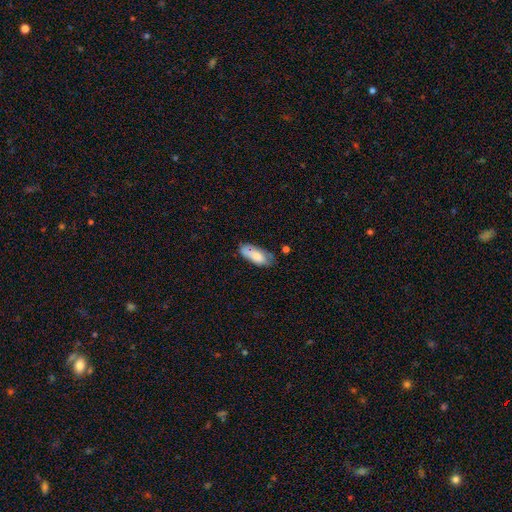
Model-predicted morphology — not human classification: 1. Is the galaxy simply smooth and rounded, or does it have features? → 74% smooth, 20% featured or disk, 7% star or artifact.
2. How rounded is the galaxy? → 81% in between, 17% cigar-shaped, 2% round.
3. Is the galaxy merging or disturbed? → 58% none, 30% minor disturbance, 8% major disturbance, 4% merger.